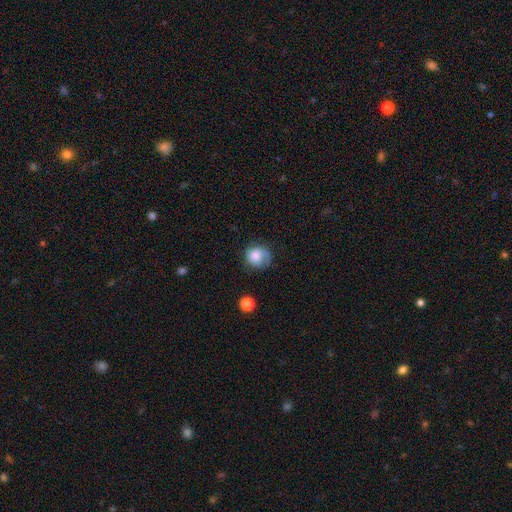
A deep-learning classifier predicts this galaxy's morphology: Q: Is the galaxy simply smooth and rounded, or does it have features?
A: smooth — 68%.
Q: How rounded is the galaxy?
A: round — 79%.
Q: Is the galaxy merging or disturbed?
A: none — 57%.